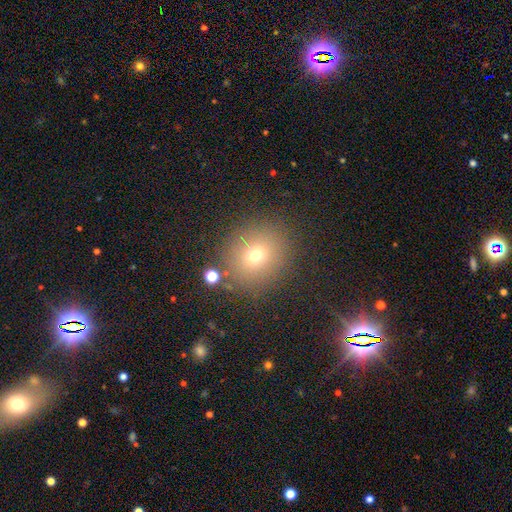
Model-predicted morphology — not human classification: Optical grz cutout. It shows a smooth galaxy with no disk features (68%) that is round (82%). Merging: none (85%).